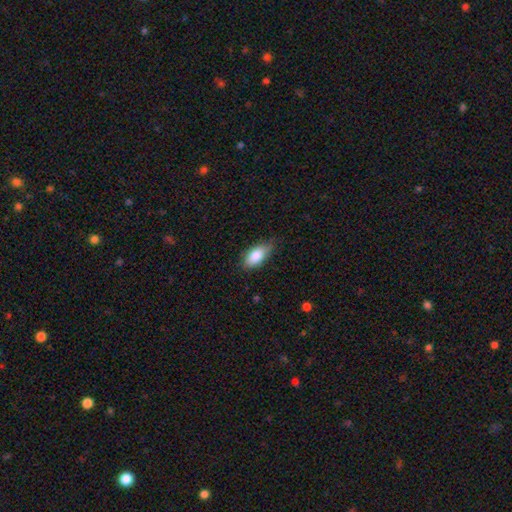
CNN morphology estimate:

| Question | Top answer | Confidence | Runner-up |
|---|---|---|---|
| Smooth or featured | smooth | 83% | featured or disk (10%) |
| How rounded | in between | 88% | cigar-shaped (8%) |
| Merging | none | 69% | minor disturbance (25%) |